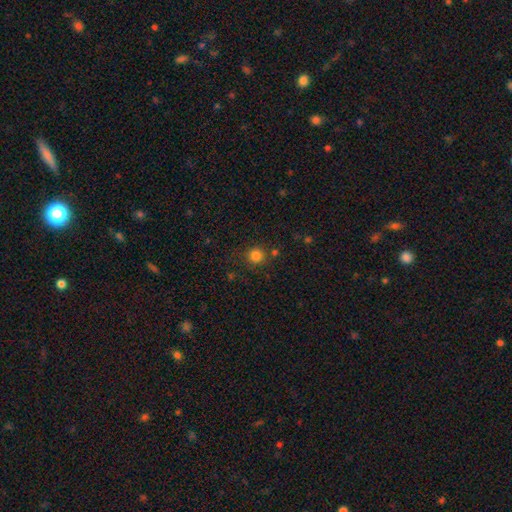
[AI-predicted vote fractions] This appears to be a smooth galaxy with no disk features (82%) that is round (92%). Merging: none (81%).